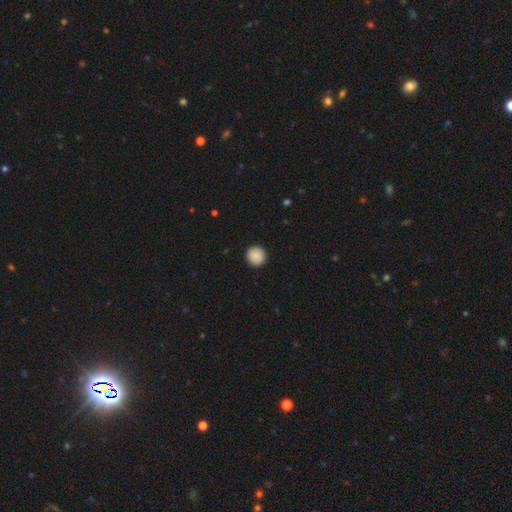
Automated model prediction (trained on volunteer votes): Smooth or featured: smooth — 89% (star or artifact — 8%)
How rounded: round — 95% (in between — 4%)
Merging: none — 93% (minor disturbance — 4%)